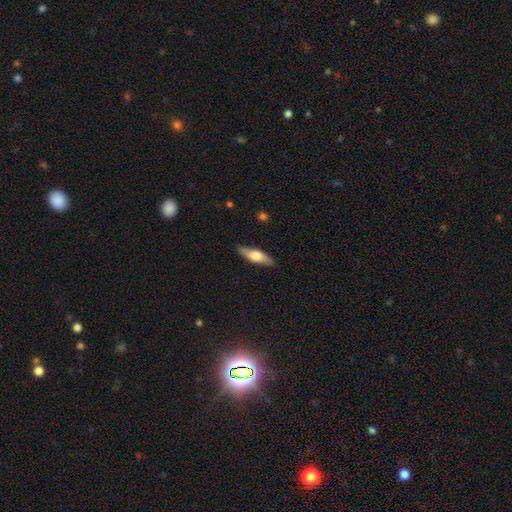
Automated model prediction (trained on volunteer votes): Smooth or featured? Predicted: smooth (p=0.62). How rounded? Predicted: cigar-shaped (p=0.50). Merging? Predicted: none (p=0.86).